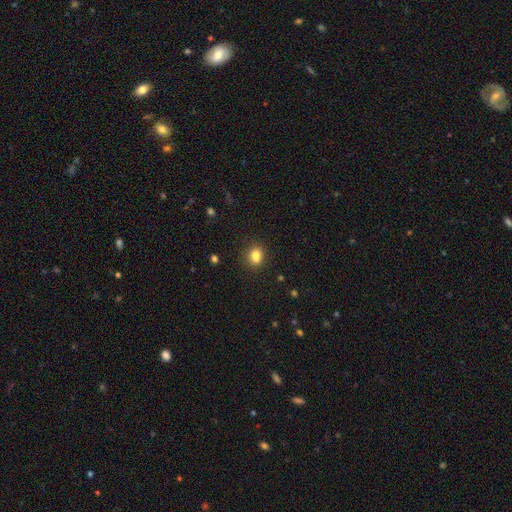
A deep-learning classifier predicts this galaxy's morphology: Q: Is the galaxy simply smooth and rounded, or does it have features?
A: smooth — 82%.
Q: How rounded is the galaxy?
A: in between — 53%.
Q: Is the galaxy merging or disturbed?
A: none — 78%.